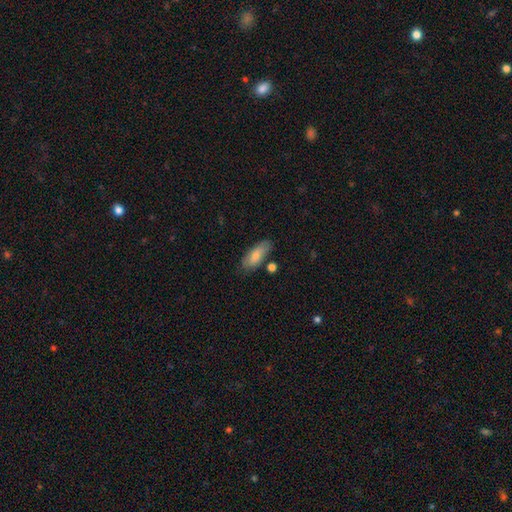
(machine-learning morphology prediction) type=smooth (79%); roundness=in between (77%); merging=none (73%).